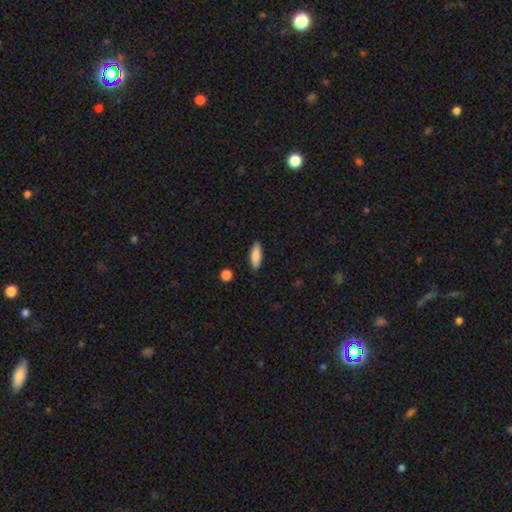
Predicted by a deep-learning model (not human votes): smooth_or_featured: smooth (p=0.86) [alt: featured or disk p=0.08]
how_rounded: in between (p=0.62) [alt: cigar-shaped p=0.36]
merging: none (p=0.89) [alt: minor disturbance p=0.08]